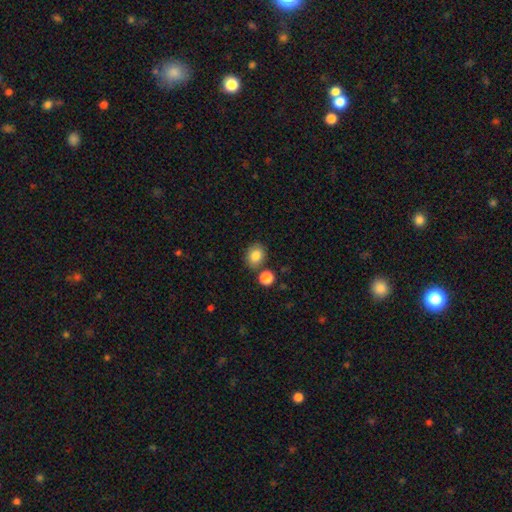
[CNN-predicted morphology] Smooth or featured? smooth (84%)
How rounded? round (58%)
Merging? none (77%)